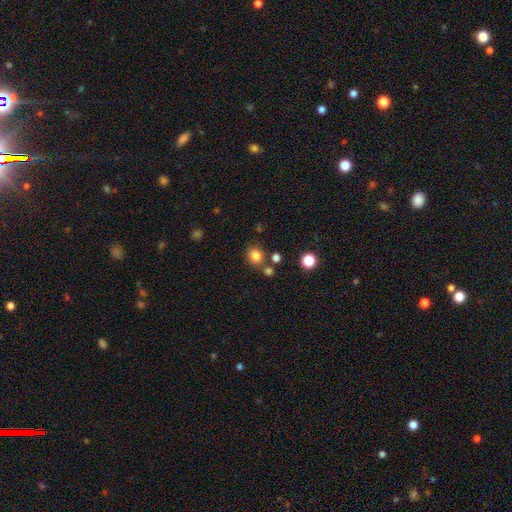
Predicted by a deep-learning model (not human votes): Morphology: type=smooth (82%); roundness=round (80%); merging=none (73%).